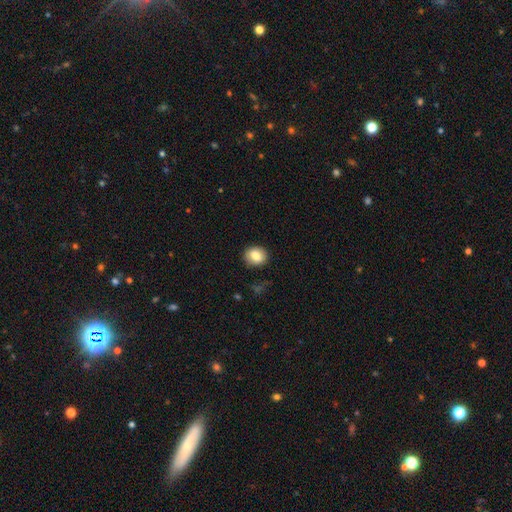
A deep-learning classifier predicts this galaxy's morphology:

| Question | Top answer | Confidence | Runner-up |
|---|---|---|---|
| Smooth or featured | smooth | 83% | featured or disk (9%) |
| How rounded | round | 67% | in between (32%) |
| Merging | none | 86% | minor disturbance (10%) |